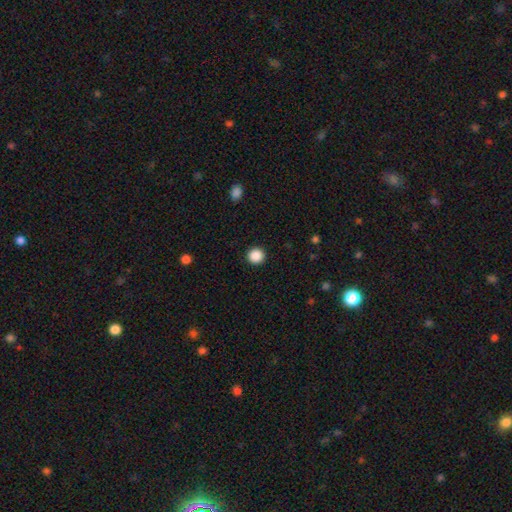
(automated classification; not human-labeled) Smooth or featured? Predicted: smooth (p=0.88). How rounded? Predicted: round (p=0.95). Merging? Predicted: none (p=0.93).